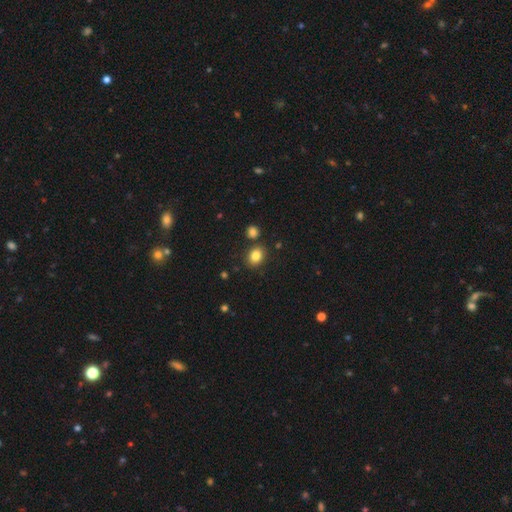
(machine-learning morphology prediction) Overall: smooth (84%). How rounded: round (50%; in between 49%). Merging: none (80%).